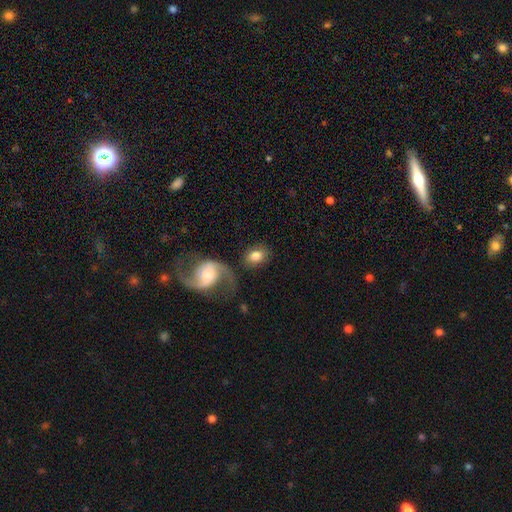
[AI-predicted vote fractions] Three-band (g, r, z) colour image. It shows a smooth galaxy with no disk features (72%) that is in between round and cigar-shaped (72%). Merging: none (68%).